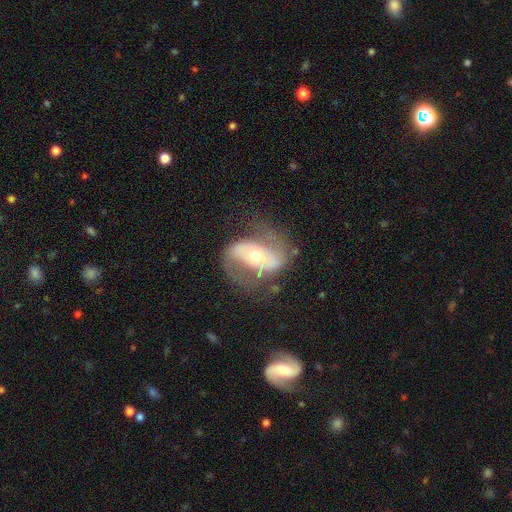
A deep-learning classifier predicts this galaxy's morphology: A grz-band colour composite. It shows a featured or disk galaxy (84%) with a strong bar (36%), 2 (89%) medium (46%) spiral arms (89%) and a moderate central bulge (63%). Merging: none (63%).